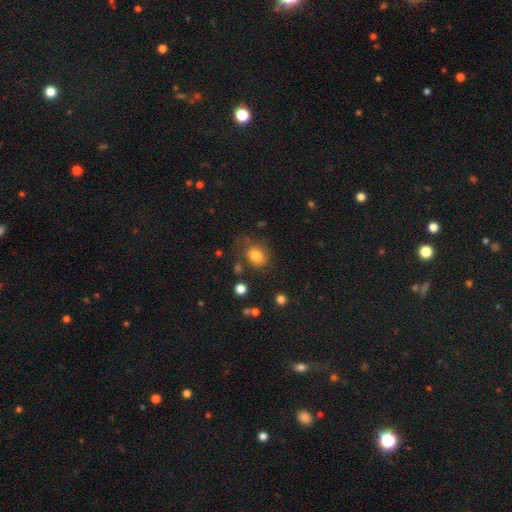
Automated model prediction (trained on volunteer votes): Overall: smooth (80%). How rounded: in between (54%; round 45%). Merging: none (60%; minor disturbance 22%).